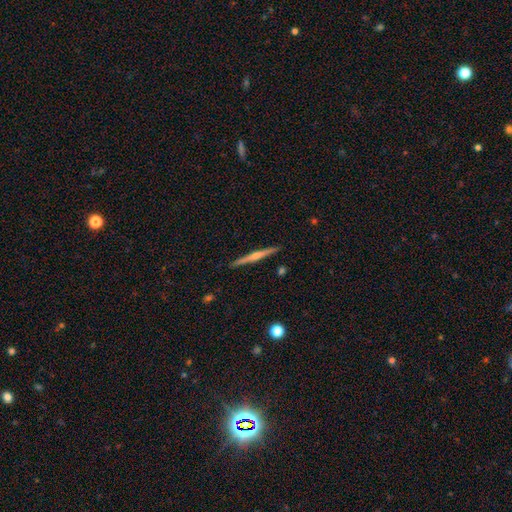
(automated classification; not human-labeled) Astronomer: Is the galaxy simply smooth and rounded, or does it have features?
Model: featured or disk — 72%.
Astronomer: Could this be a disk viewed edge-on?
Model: yes — 98%.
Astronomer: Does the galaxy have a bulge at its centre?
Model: rounded — 79%.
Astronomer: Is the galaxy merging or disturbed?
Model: none — 92%.